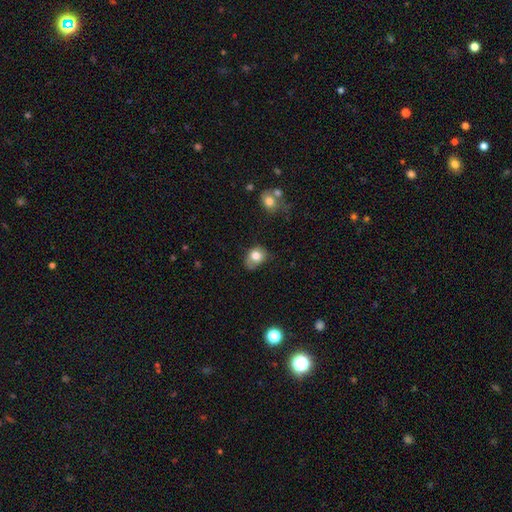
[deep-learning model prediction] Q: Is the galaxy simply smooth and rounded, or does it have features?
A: smooth — 77%.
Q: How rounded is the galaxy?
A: in between — 52%.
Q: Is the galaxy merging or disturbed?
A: none — 46%.